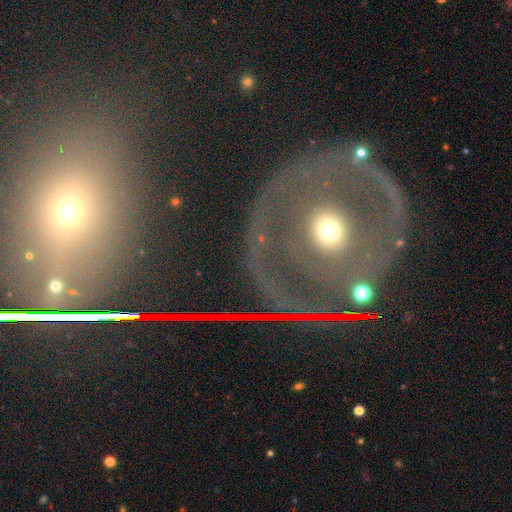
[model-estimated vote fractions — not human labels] Smooth or featured: featured or disk — 60% (smooth — 22%)
Edge-on disk: no — 91% (yes — 9%)
Bar: no — 70% (weak — 18%)
Spiral arms: no — 58% (yes — 42%)
Bulge size: moderate — 65% (small — 23%)
Merging: none — 76% (minor disturbance — 12%)